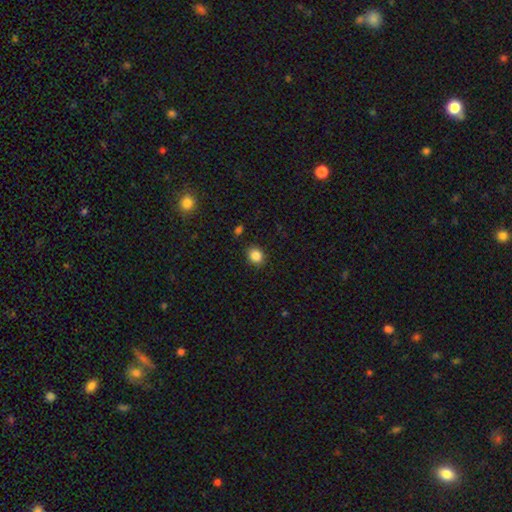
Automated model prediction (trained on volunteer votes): Overall: smooth (85%). How rounded: round (72%). Merging: none (88%).